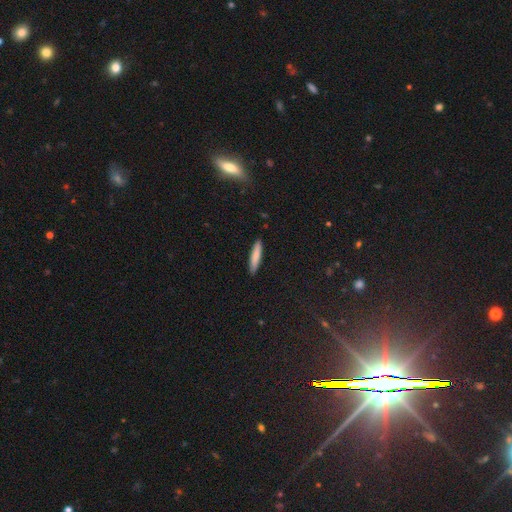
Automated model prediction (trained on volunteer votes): Smooth or featured? smooth (80%)
How rounded? cigar-shaped (89%)
Merging? none (90%)